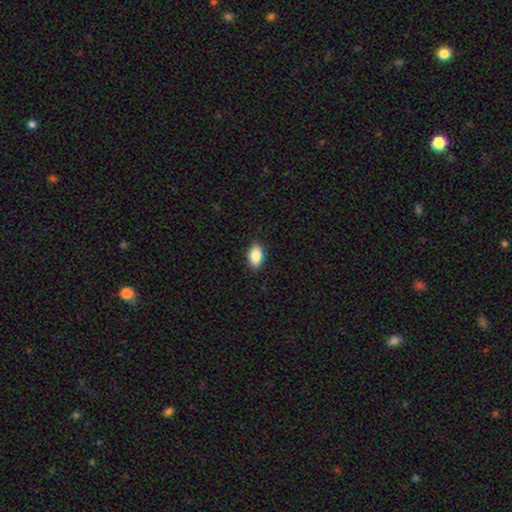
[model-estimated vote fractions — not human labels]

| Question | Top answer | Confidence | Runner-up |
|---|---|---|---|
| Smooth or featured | smooth | 89% | star or artifact (7%) |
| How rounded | in between | 89% | round (9%) |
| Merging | none | 88% | minor disturbance (9%) |